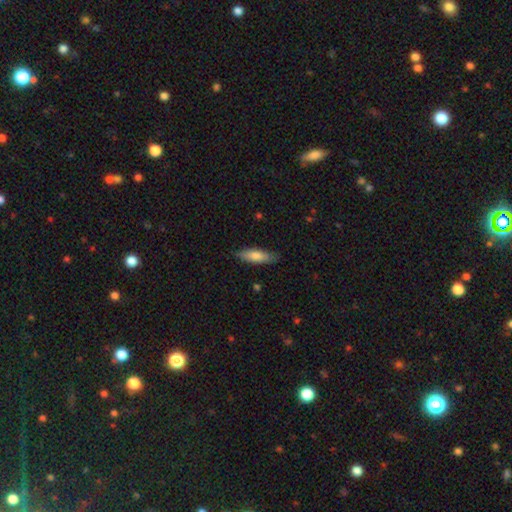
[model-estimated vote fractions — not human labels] Smooth or featured?
  - smooth: 78% *
  - featured or disk: 17%
  - star or artifact: 5%
How rounded?
  - in between: 53% *
  - cigar-shaped: 45%
  - round: 2%
Merging?
  - none: 83% *
  - minor disturbance: 14%
  - major disturbance: 2%
  - merger: 1%